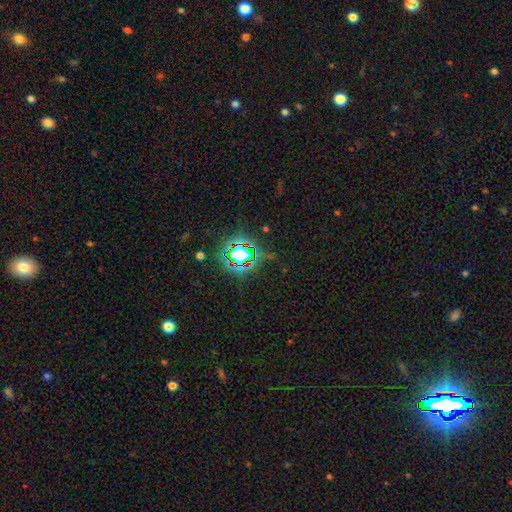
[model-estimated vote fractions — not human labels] smooth-or-featured: star or artifact: 81% | smooth: 11% | featured or disk: 8%